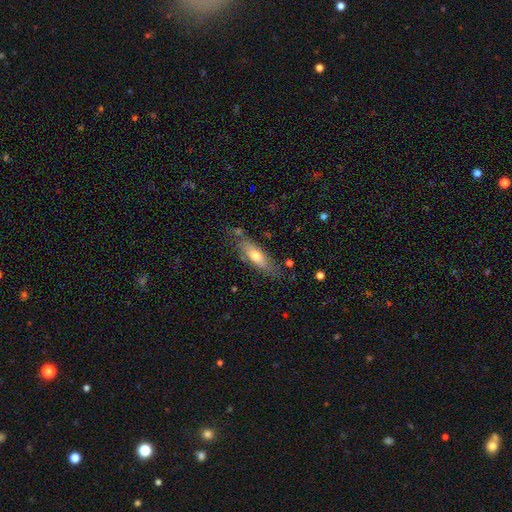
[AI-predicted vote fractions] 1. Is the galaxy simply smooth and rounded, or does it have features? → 61% smooth, 33% featured or disk, 7% star or artifact.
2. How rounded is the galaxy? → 52% in between, 46% cigar-shaped, 2% round.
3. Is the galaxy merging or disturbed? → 69% none, 21% minor disturbance, 6% major disturbance, 5% merger.